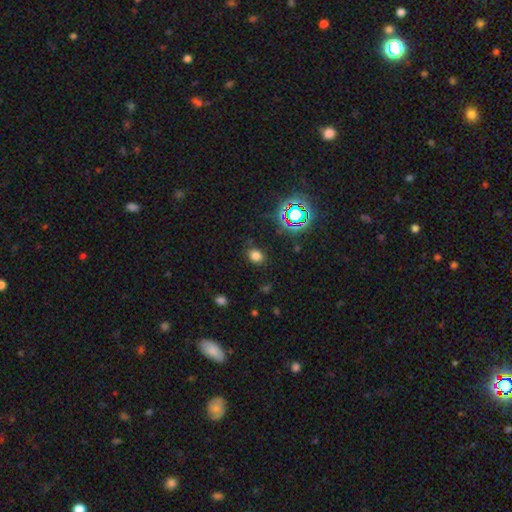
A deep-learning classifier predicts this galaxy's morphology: A smooth galaxy with no disk features (73%) that is in between round and cigar-shaped (56%).

Vote fractions:
- Smooth or featured? smooth: 73% / star or artifact: 21% / featured or disk: 6%
- How rounded? in between: 56% / round: 42% / cigar-shaped: 1%
- Merging? none: 83% / minor disturbance: 11% / major disturbance: 4% / merger: 2%